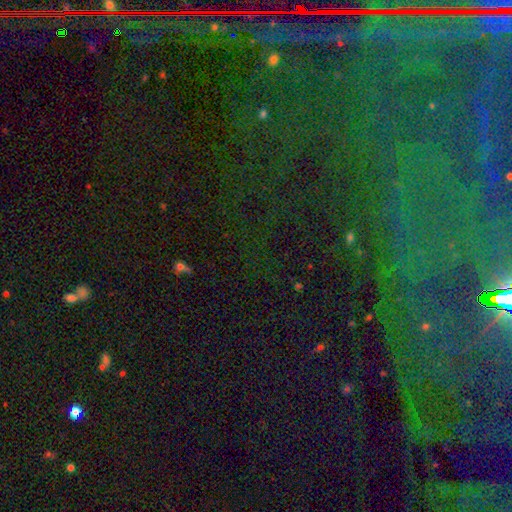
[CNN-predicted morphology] This appears to be a star or artifact, not a galaxy (70%).